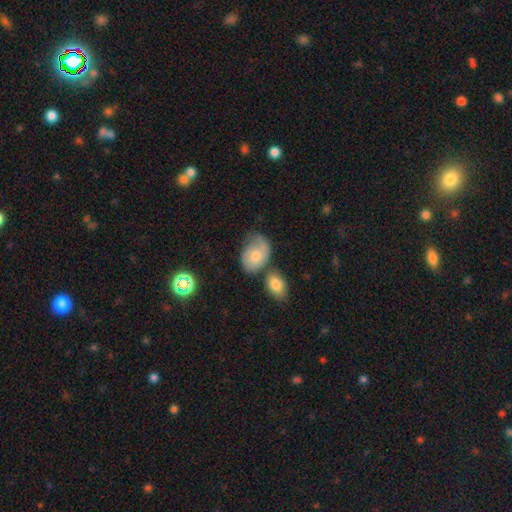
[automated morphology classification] Smooth or featured: smooth — 60% (featured or disk — 32%)
How rounded: in between — 80% (round — 19%)
Merging: none — 42% (minor disturbance — 26%)